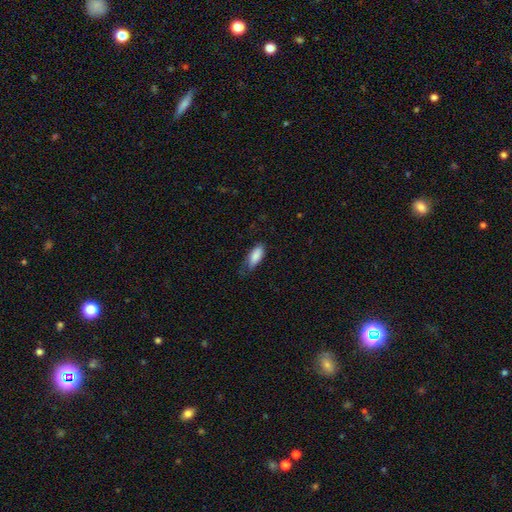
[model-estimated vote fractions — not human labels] Q: Smooth or featured?
A: smooth (86%); runner-up: featured or disk (7%)
Q: How rounded?
A: in between (78%); runner-up: cigar-shaped (20%)
Q: Merging?
A: none (62%); runner-up: minor disturbance (30%)